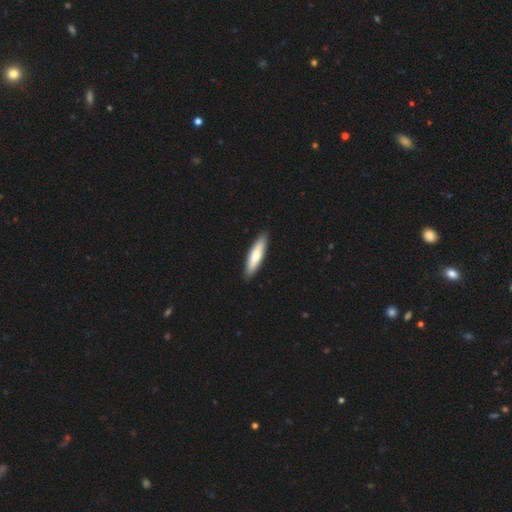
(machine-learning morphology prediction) type=smooth (74%); roundness=cigar-shaped (77%); merging=none (91%).